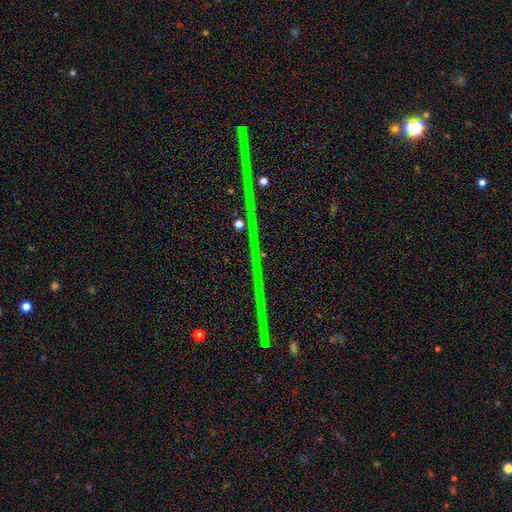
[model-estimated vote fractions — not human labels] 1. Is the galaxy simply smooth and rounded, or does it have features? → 84% star or artifact, 9% featured or disk, 7% smooth.